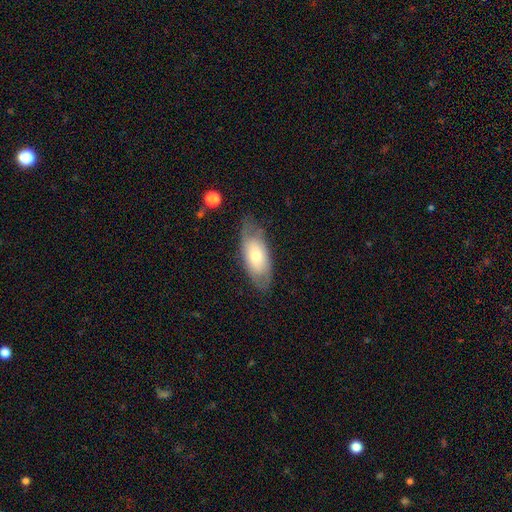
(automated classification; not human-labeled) This is possibly a smooth galaxy (58%). How rounded: clearly in between (85%). Merging: likely none (68%).